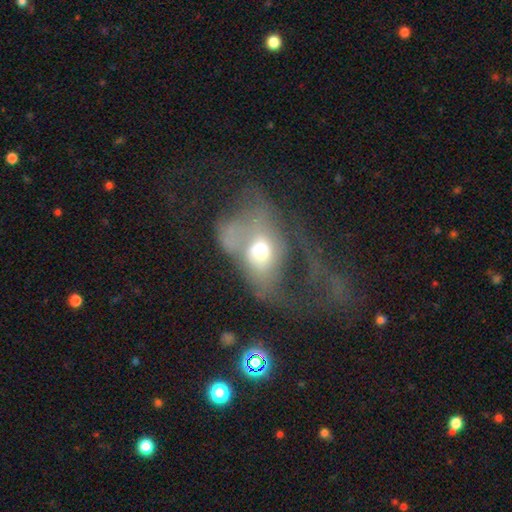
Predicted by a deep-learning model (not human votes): featured or disk 52%, smooth 36%, star or artifact 12%. Down the decision tree: edge-on disk — no (93%); merging — major disturbance (62%).